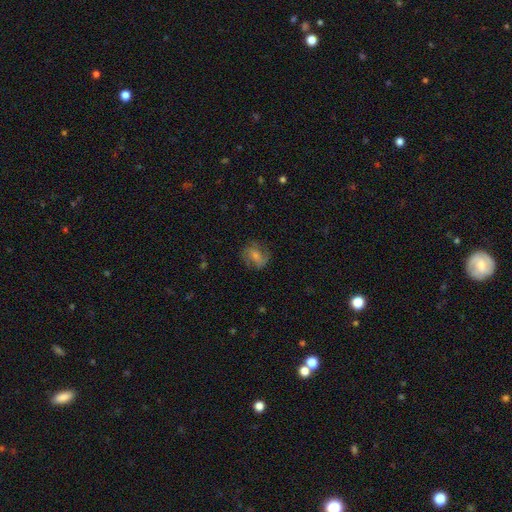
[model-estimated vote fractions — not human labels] Smooth or featured?
  - featured or disk: 48% *
  - smooth: 36%
  - star or artifact: 16%
Merging?
  - none: 75% *
  - minor disturbance: 16%
  - major disturbance: 8%
  - merger: 1%